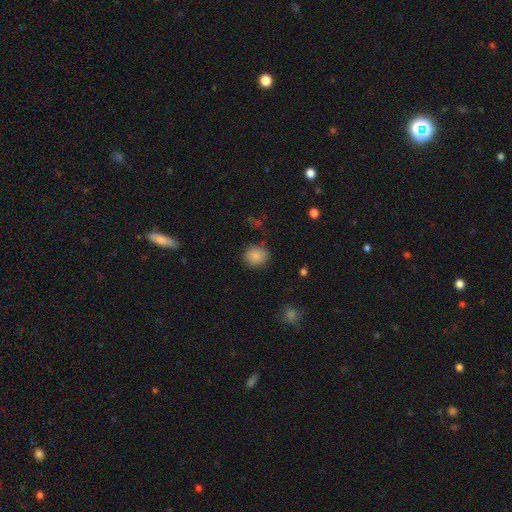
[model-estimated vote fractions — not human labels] smooth 85%, star or artifact 9%, featured or disk 6%. Down the decision tree: how rounded — round (77%); merging — none (83%).